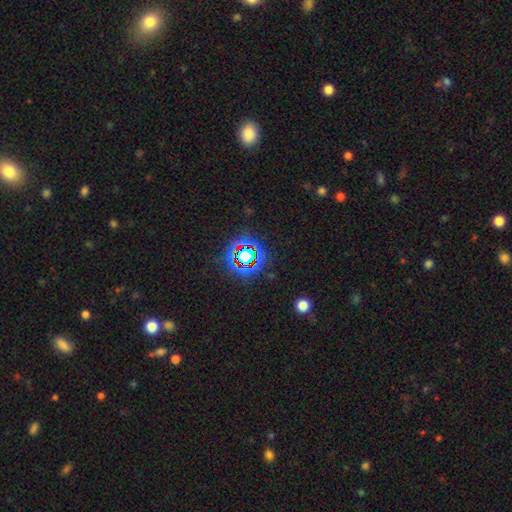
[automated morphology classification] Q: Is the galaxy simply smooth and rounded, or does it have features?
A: star or artifact — 72%.